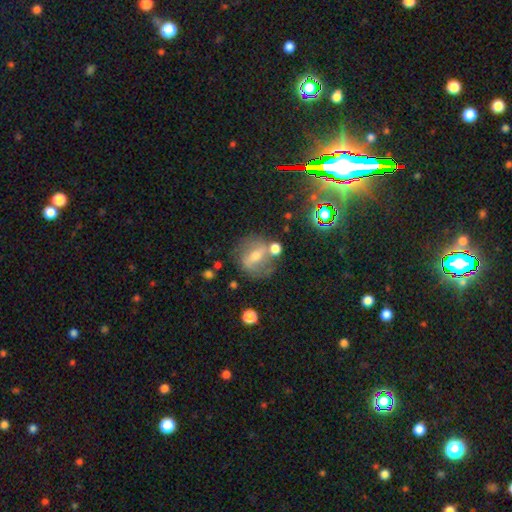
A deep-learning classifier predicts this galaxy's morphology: A featured or disk galaxy (50%). Merging: none (56%).